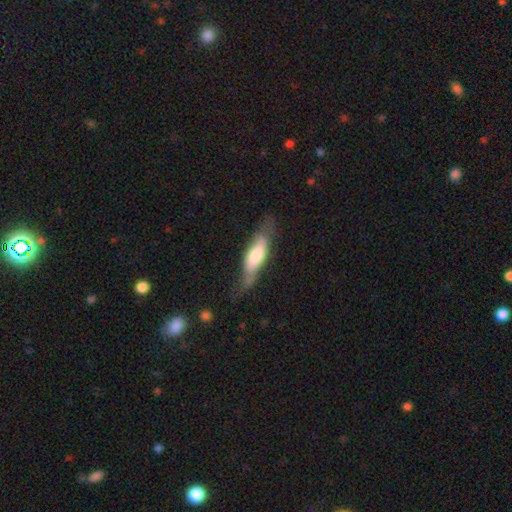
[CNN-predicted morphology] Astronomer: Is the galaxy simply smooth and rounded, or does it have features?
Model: smooth — 57% (runner-up: featured or disk, 37%).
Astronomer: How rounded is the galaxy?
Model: cigar-shaped — 51% (runner-up: in between, 47%).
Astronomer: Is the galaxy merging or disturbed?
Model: none — 51% (runner-up: minor disturbance, 31%).